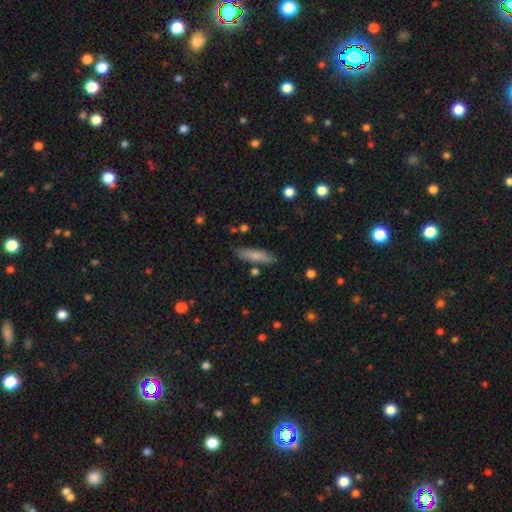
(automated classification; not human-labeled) Overall: smooth (76%). How rounded: cigar-shaped (66%; in between 32%). Merging: none (82%).